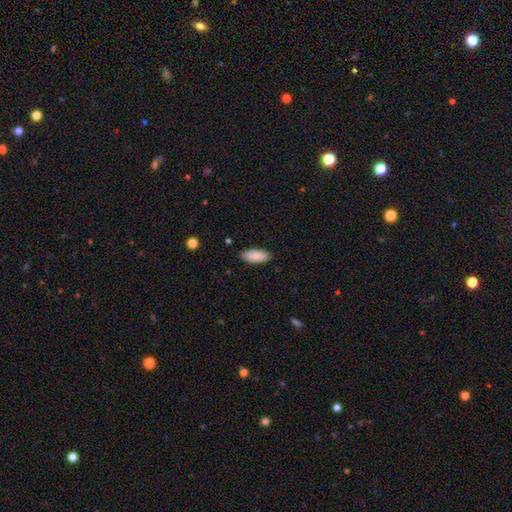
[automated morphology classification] This appears to be a smooth galaxy with no disk features (88%) that is in between round and cigar-shaped (86%). Merging: none (88%).